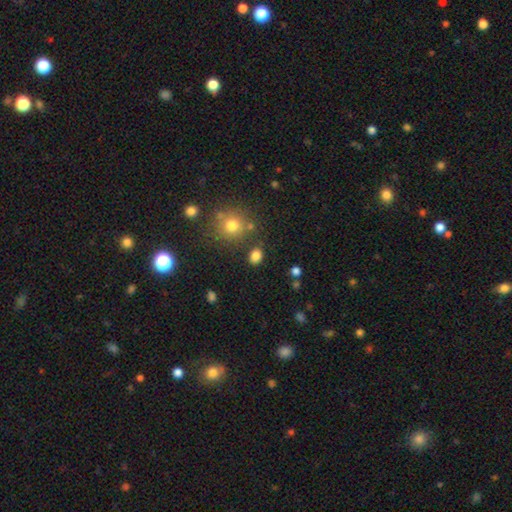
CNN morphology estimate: Smooth or featured? Predicted: smooth (p=0.82). How rounded? Predicted: in between (p=0.60). Merging? Predicted: none (p=0.82).